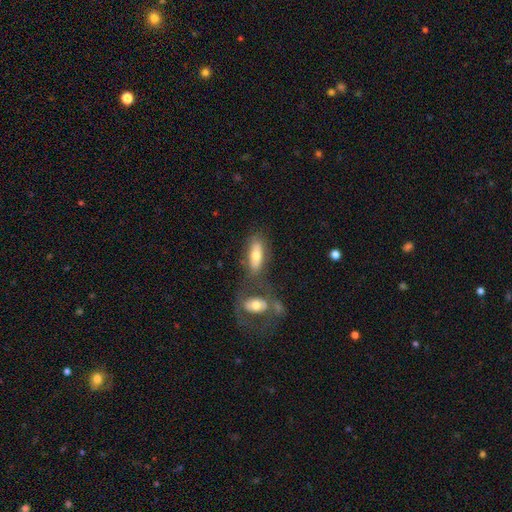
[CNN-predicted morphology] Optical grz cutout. It shows a smooth galaxy with no disk features (57%) that is in between round and cigar-shaped (71%). Merging: none (52%).